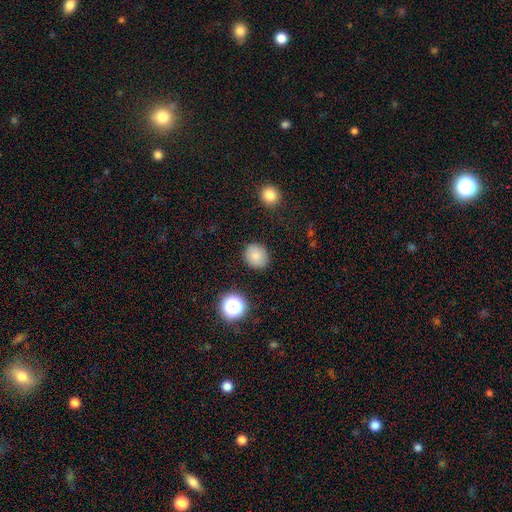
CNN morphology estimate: Smooth or featured?
  - smooth: 83% *
  - star or artifact: 11%
  - featured or disk: 7%
How rounded?
  - round: 73% *
  - in between: 27%
  - cigar-shaped: 1%
Merging?
  - none: 87% *
  - minor disturbance: 9%
  - major disturbance: 3%
  - merger: 2%